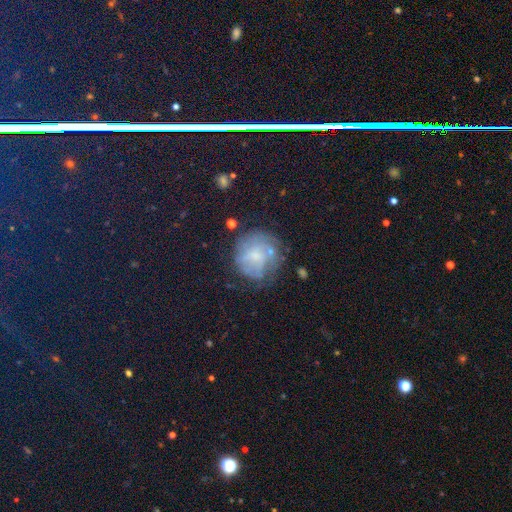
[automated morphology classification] Smooth or featured? Predicted: featured or disk (p=0.45). Merging? Predicted: none (p=0.58).